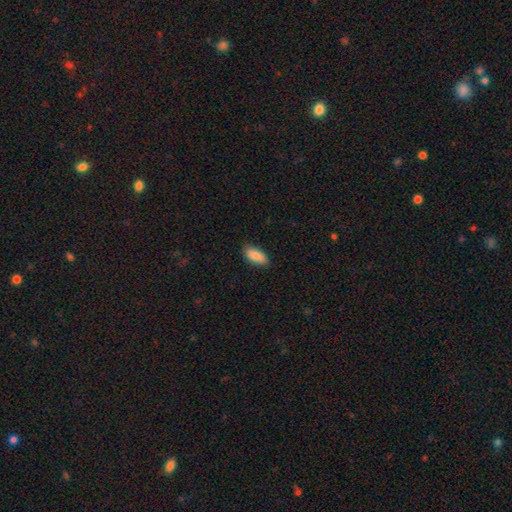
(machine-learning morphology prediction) type=smooth (87%); roundness=in between (88%); merging=none (85%).